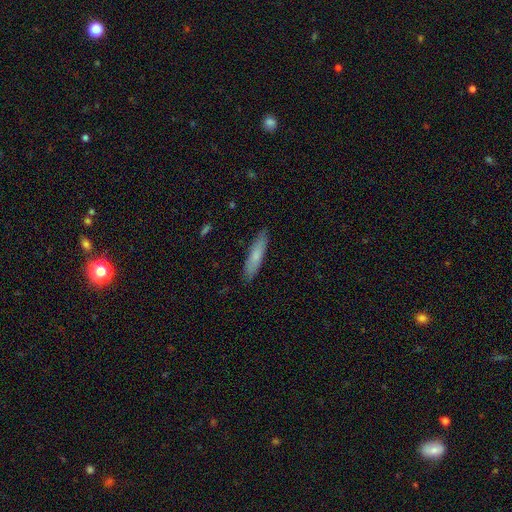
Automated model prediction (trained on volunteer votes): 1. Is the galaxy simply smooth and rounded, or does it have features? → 75% smooth, 19% featured or disk, 6% star or artifact.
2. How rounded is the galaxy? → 83% cigar-shaped, 15% in between, 1% round.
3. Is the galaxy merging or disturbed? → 86% none, 11% minor disturbance, 2% major disturbance, 1% merger.